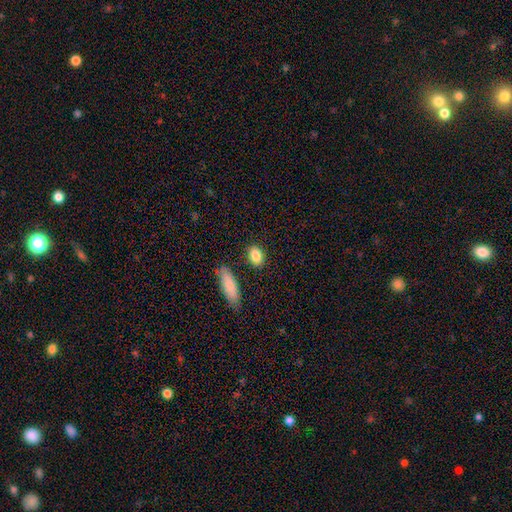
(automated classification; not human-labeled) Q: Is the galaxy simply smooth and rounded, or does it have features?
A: smooth — 86%.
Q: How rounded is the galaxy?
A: in between — 72%.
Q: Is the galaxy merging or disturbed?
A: none — 84%.